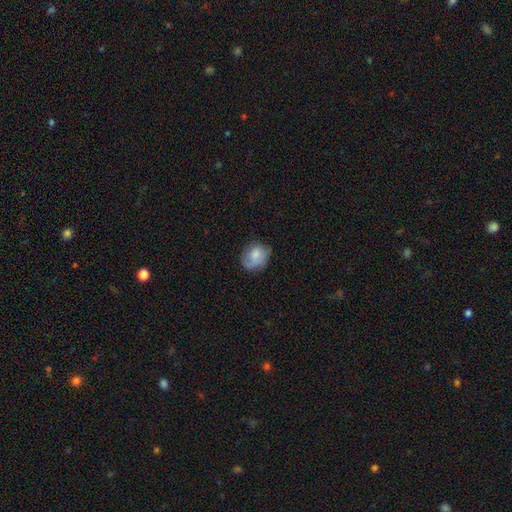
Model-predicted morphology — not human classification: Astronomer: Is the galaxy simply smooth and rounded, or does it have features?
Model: smooth — 71%.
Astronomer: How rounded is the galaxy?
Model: round — 58% (runner-up: in between, 41%).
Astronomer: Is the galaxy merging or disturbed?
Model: none — 60%.